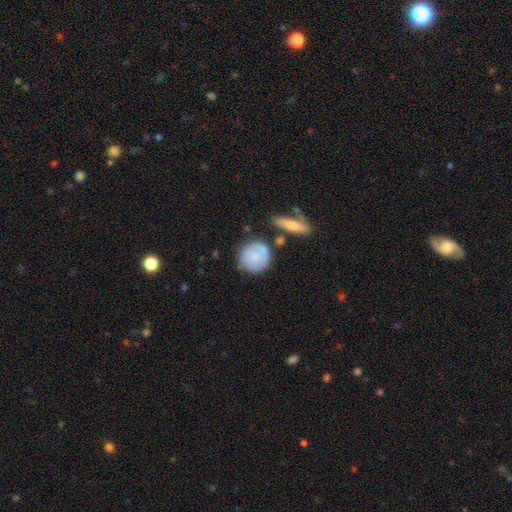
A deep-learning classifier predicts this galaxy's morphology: Smooth or featured? smooth (76%)
How rounded? round (88%)
Merging? none (66%)